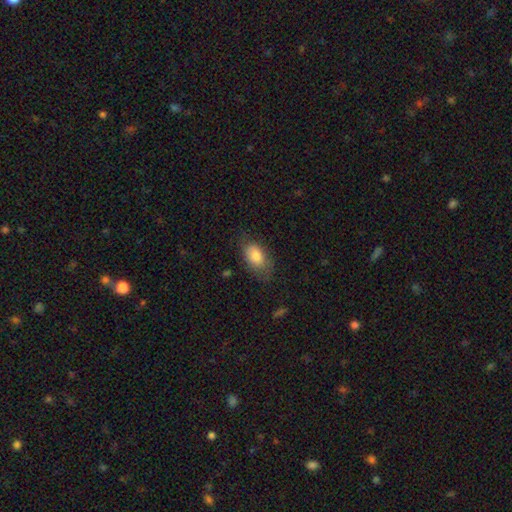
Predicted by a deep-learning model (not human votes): A smooth galaxy with no disk features (80%) that is in between round and cigar-shaped (89%). Merging: none (61%).